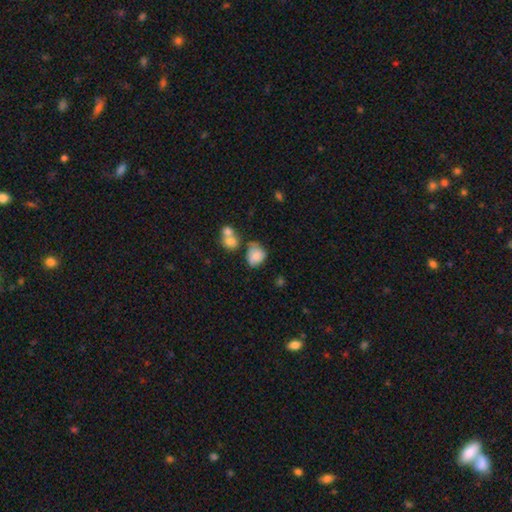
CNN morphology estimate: Smooth or featured? Predicted: smooth (p=0.78). How rounded? Predicted: in between (p=0.50). Merging? Predicted: none (p=0.43).